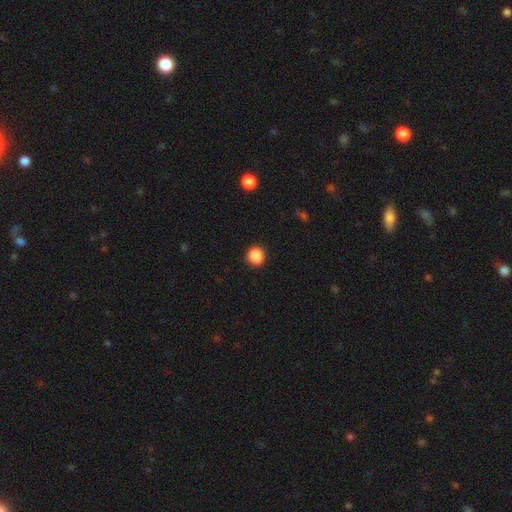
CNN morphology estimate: Smooth or featured?
  - smooth: 88% *
  - star or artifact: 10%
  - featured or disk: 3%
How rounded?
  - round: 83% *
  - in between: 16%
  - cigar-shaped: 1%
Merging?
  - none: 87% *
  - minor disturbance: 9%
  - major disturbance: 2%
  - merger: 2%